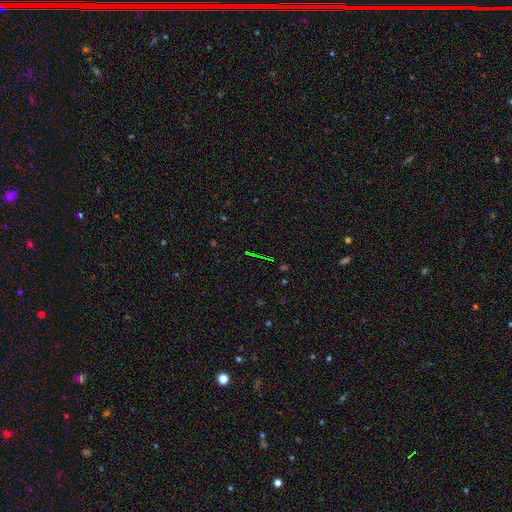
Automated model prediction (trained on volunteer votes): This appears to be a star or artifact, not a galaxy (72%).